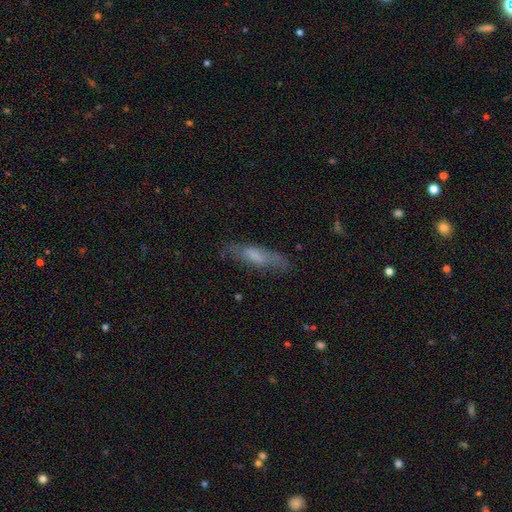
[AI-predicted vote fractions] Q: Smooth or featured?
A: smooth (56%); runner-up: featured or disk (36%)
Q: How rounded?
A: cigar-shaped (63%); runner-up: in between (35%)
Q: Merging?
A: none (70%); runner-up: minor disturbance (20%)